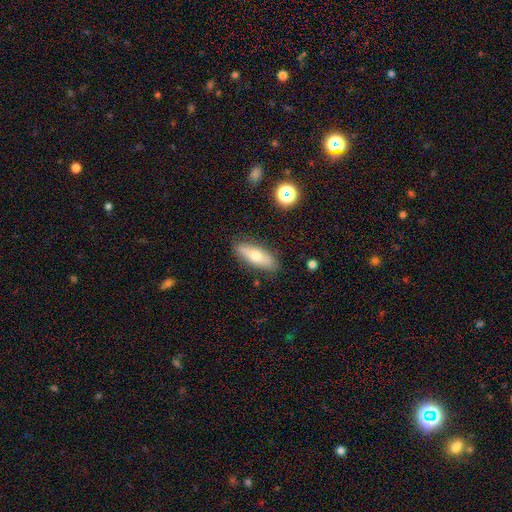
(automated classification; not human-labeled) Smooth or featured: smooth — 64% (featured or disk — 29%)
How rounded: in between — 57% (cigar-shaped — 40%)
Merging: none — 84% (minor disturbance — 11%)